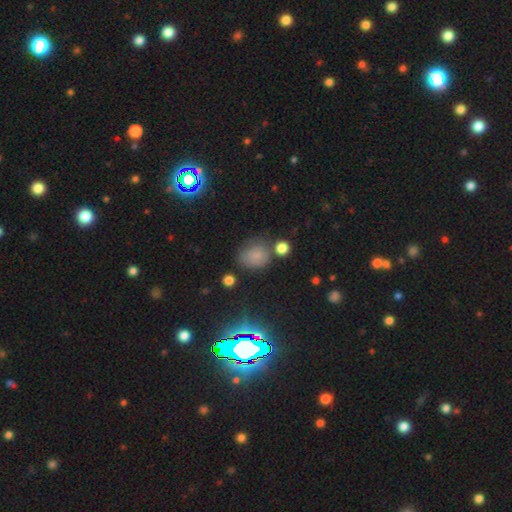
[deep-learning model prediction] Q: Smooth or featured?
A: smooth (67%); runner-up: star or artifact (22%)
Q: How rounded?
A: round (66%); runner-up: in between (33%)
Q: Merging?
A: none (63%); runner-up: minor disturbance (20%)